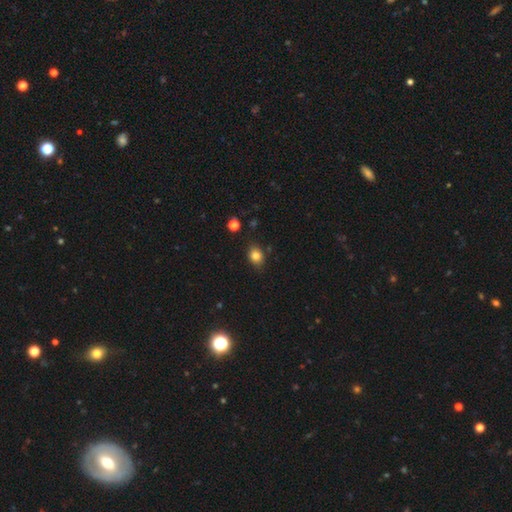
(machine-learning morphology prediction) A smooth galaxy with no disk features (82%) that is in between round and cigar-shaped (50%).

Vote fractions:
- Smooth or featured? smooth: 82% / star or artifact: 11% / featured or disk: 7%
- How rounded? in between: 50% / round: 49% / cigar-shaped: 1%
- Merging? none: 83% / minor disturbance: 13% / major disturbance: 3% / merger: 2%